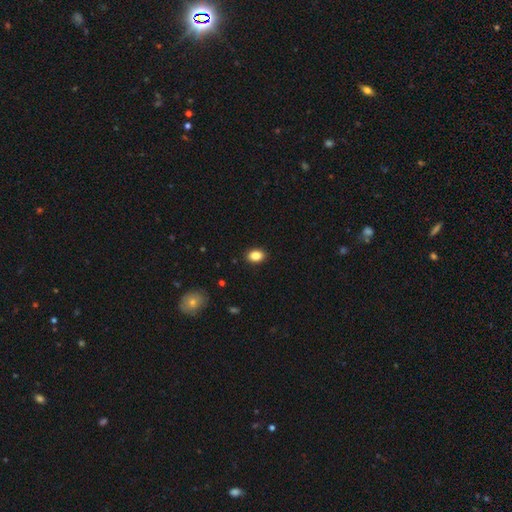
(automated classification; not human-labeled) This appears to be a smooth galaxy with no disk features (86%) that is in between round and cigar-shaped (75%). Merging: none (90%).